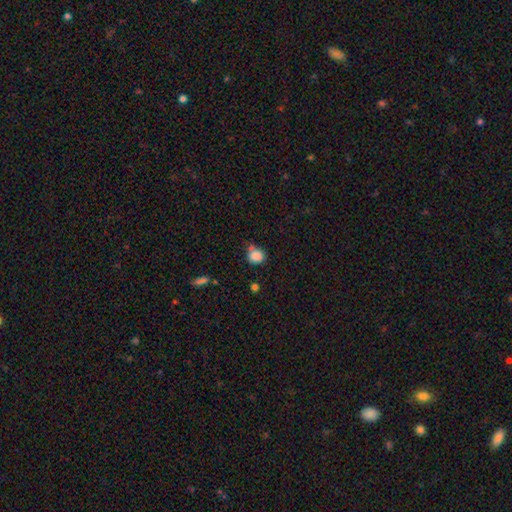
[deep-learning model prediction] Smooth or featured?
  - smooth: 85% *
  - star or artifact: 10%
  - featured or disk: 5%
How rounded?
  - round: 72% *
  - in between: 27%
  - cigar-shaped: 1%
Merging?
  - none: 57% *
  - minor disturbance: 22%
  - merger: 16%
  - major disturbance: 6%